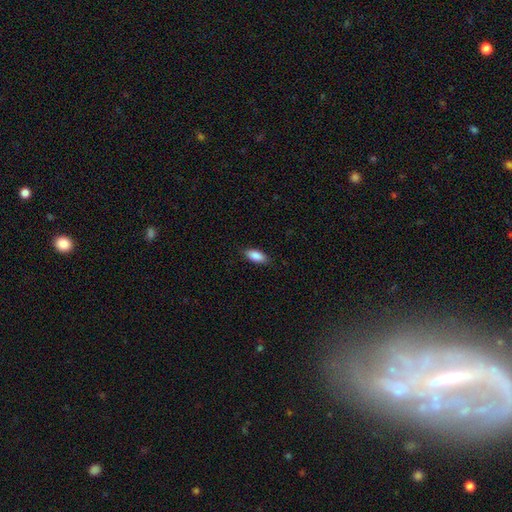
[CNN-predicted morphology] Smooth or featured? Predicted: smooth (p=0.88). How rounded? Predicted: in between (p=0.84). Merging? Predicted: none (p=0.85).